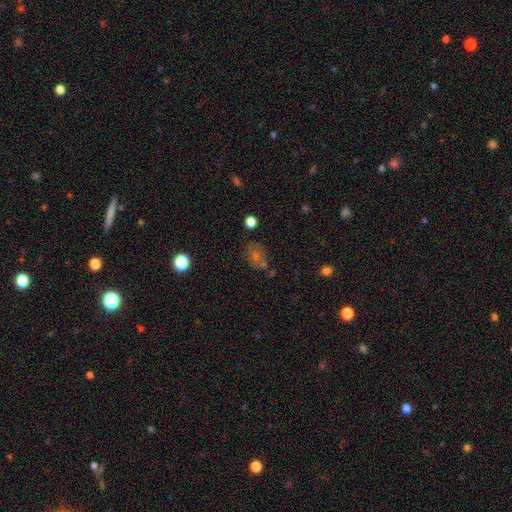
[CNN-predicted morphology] type=smooth (52%); roundness=round (55%); merging=none (67%).